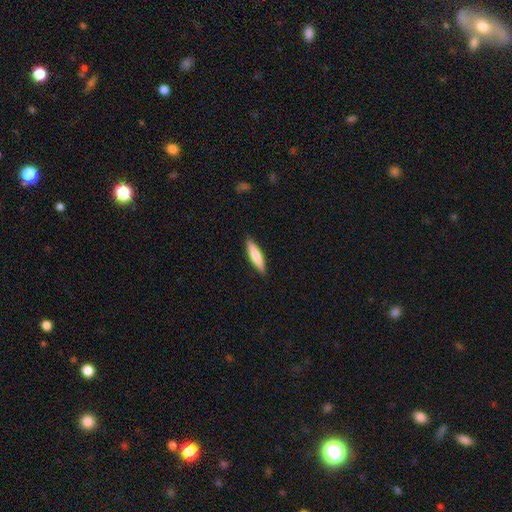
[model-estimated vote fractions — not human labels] Smooth or featured: smooth — 74% (featured or disk — 20%)
How rounded: cigar-shaped — 80% (in between — 18%)
Merging: none — 90% (minor disturbance — 8%)